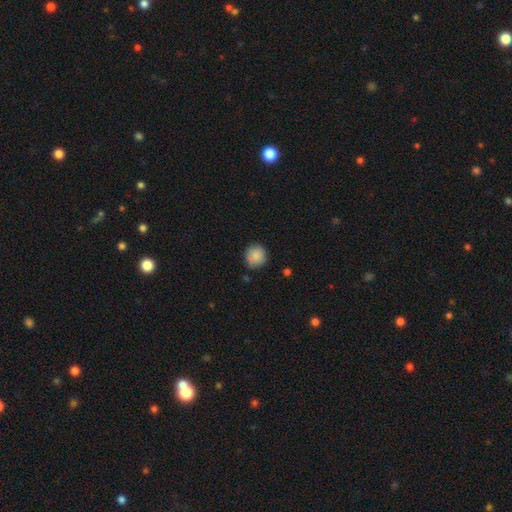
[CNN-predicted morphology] Overall: smooth (84%). How rounded: round (89%). Merging: none (77%).